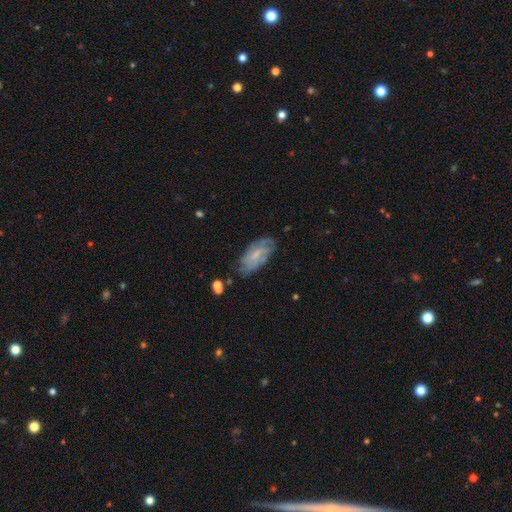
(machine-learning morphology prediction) The model was most divided on "bar": no: 55%, weak: 38%, strong: 7%. More confident: edge-on disk — no (91%); spiral arms — yes (77%); merging — none (64%); smooth or featured — featured or disk (58%); bulge size — small (55%).